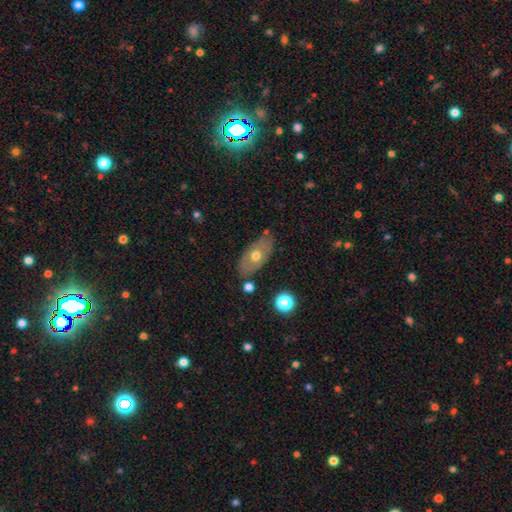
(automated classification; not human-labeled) Smooth or featured: smooth — 49% (featured or disk — 44%)
Merging: none — 79% (minor disturbance — 14%)